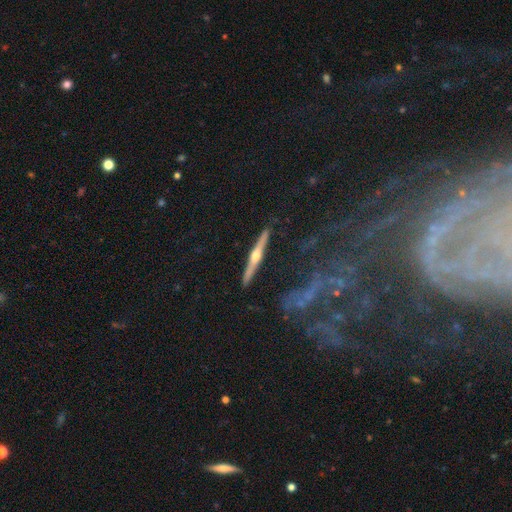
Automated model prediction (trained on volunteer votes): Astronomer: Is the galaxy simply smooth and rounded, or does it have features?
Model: featured or disk — 70%.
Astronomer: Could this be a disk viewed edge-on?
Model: yes — 97%.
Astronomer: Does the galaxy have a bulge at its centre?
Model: rounded — 89%.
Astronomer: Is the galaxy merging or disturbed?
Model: none — 89%.